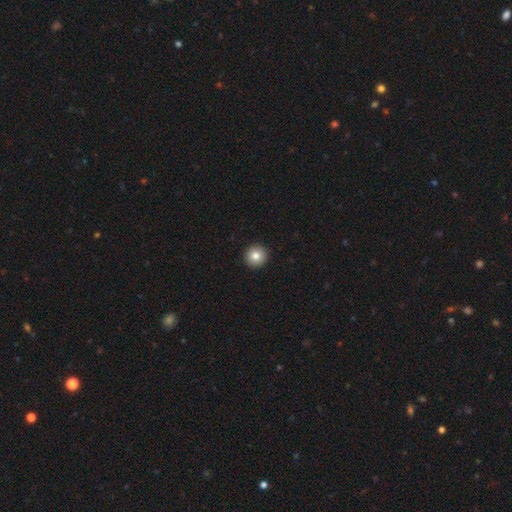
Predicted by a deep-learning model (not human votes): This appears to be a smooth galaxy with no disk features (82%) that is round (96%). Merging: none (94%).